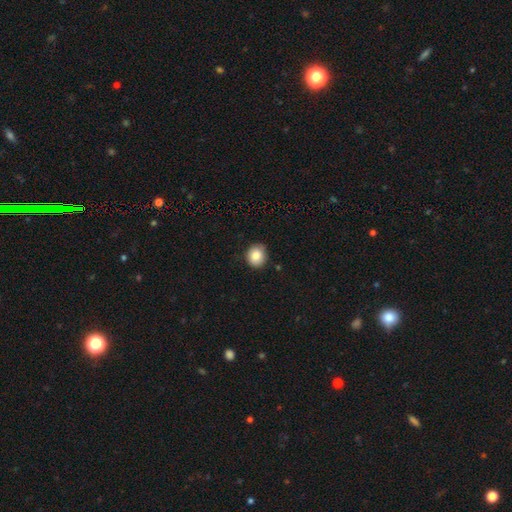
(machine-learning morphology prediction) smooth 85%, star or artifact 9%, featured or disk 6%. Down the decision tree: how rounded — round (82%); merging — none (83%).